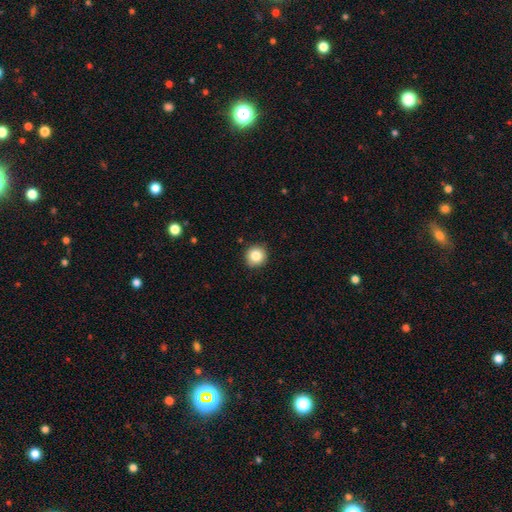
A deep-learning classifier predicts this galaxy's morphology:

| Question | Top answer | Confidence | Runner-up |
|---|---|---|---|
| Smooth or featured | smooth | 84% | star or artifact (10%) |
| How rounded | round | 93% | in between (6%) |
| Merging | none | 90% | minor disturbance (7%) |